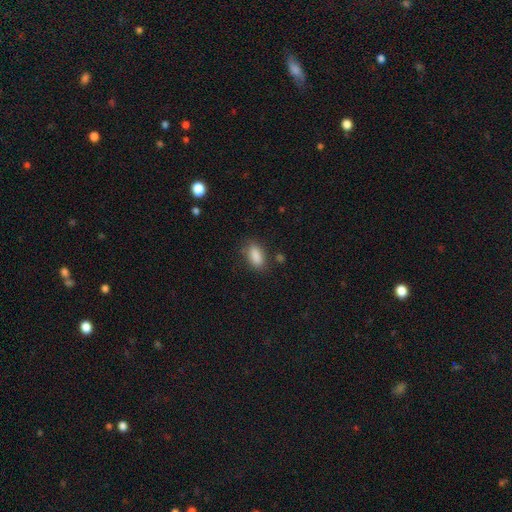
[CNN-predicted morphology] Smooth or featured?
  - smooth: 87% *
  - star or artifact: 8%
  - featured or disk: 5%
How rounded?
  - in between: 86% *
  - cigar-shaped: 10%
  - round: 4%
Merging?
  - none: 75% *
  - minor disturbance: 17%
  - major disturbance: 5%
  - merger: 3%